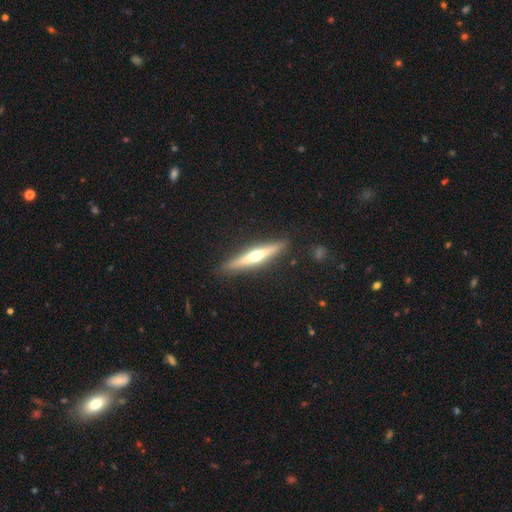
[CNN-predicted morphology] Overall: featured or disk (64%; smooth 30%). Edge-on disk: yes (96%). Edge-on bulge: rounded (92%). Merging: none (90%).